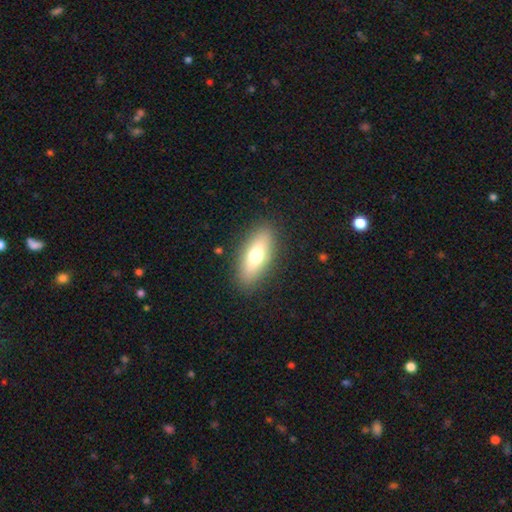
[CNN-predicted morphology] Smooth or featured? Predicted: smooth (p=0.66). How rounded? Predicted: in between (p=0.73). Merging? Predicted: none (p=0.88).